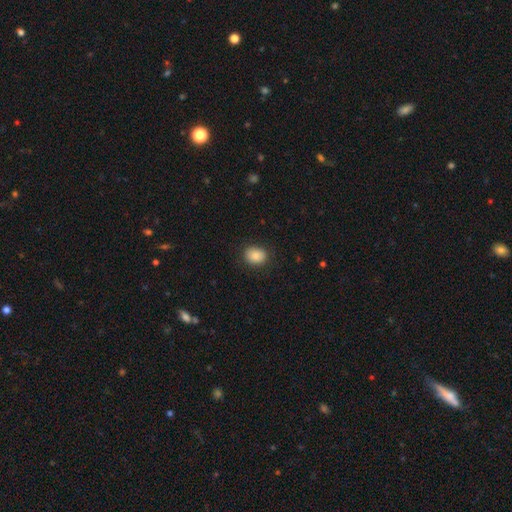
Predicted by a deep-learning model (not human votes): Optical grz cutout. It shows a smooth galaxy with no disk features (85%) that is in between round and cigar-shaped (55%). Merging: none (86%).